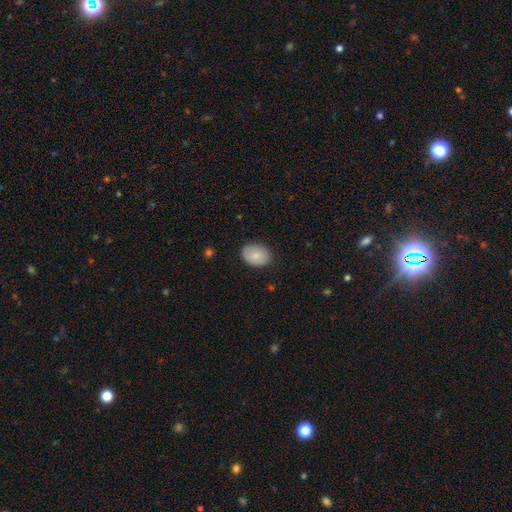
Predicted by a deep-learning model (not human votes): This appears to be a smooth galaxy with no disk features (82%) that is in between round and cigar-shaped (73%). Merging: none (82%).